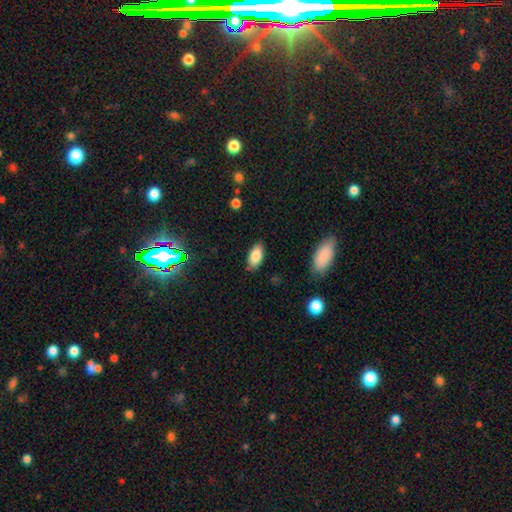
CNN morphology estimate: Smooth or featured?
  - smooth: 84% *
  - featured or disk: 8%
  - star or artifact: 8%
How rounded?
  - in between: 93% *
  - cigar-shaped: 4%
  - round: 3%
Merging?
  - none: 84% *
  - minor disturbance: 12%
  - major disturbance: 2%
  - merger: 2%